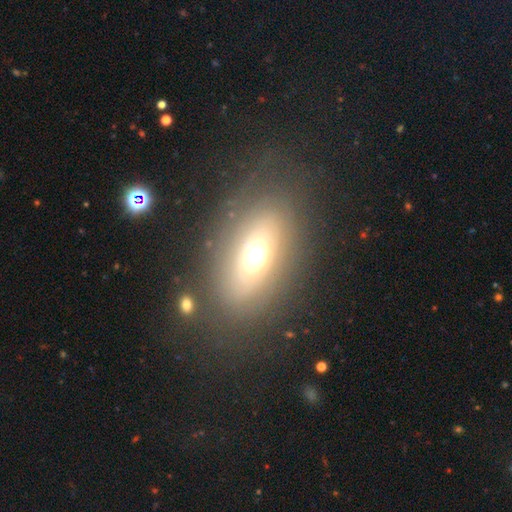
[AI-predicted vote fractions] Q: Smooth or featured?
A: smooth (47%); runner-up: featured or disk (42%)
Q: Merging?
A: none (77%); runner-up: minor disturbance (13%)